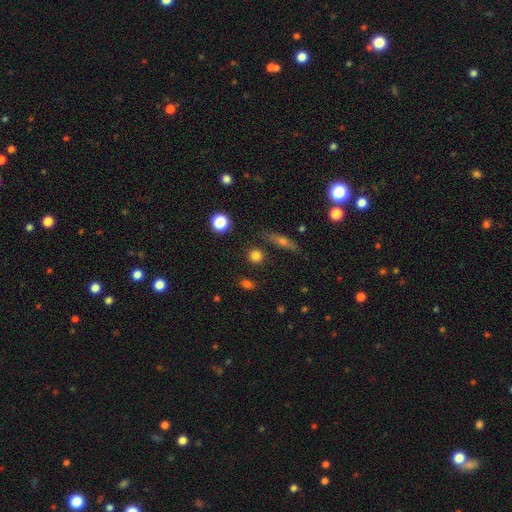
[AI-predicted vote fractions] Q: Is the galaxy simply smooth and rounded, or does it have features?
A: smooth — 80%.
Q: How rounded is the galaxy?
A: round — 84%.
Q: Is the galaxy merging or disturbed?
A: none — 85%.